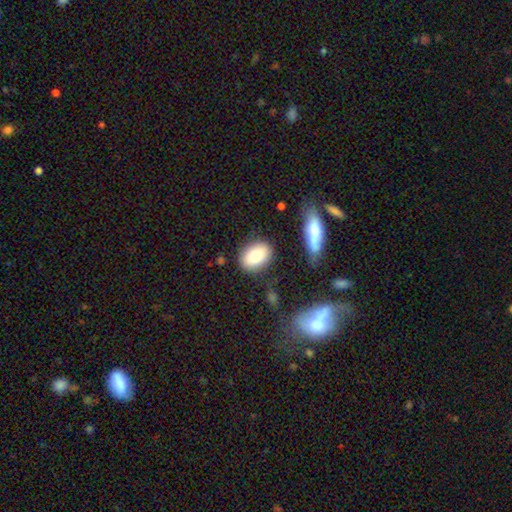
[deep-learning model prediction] This appears to be a smooth galaxy with no disk features (78%) that is in between round and cigar-shaped (71%). Merging: none (82%).